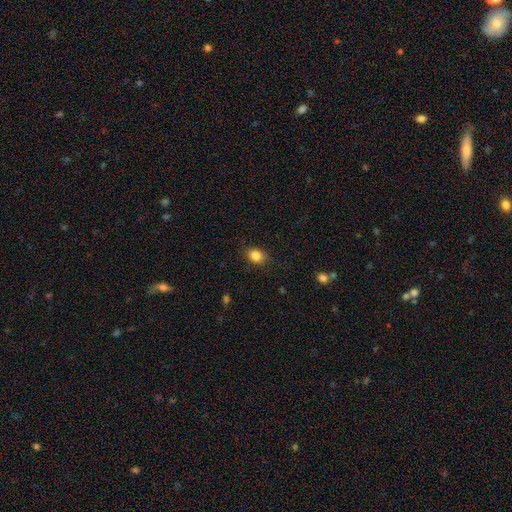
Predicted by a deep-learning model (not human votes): Smooth or featured: smooth — 84% (star or artifact — 10%)
How rounded: in between — 61% (round — 38%)
Merging: none — 84% (minor disturbance — 12%)